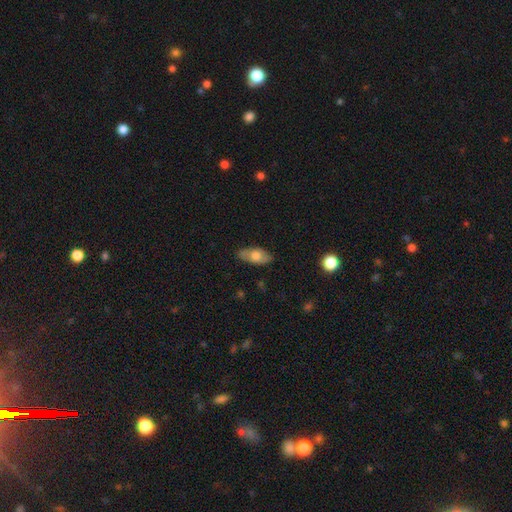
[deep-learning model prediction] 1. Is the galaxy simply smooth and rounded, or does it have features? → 63% smooth, 30% featured or disk, 7% star or artifact.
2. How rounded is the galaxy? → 89% in between, 7% cigar-shaped, 5% round.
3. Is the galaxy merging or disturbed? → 80% none, 16% minor disturbance, 3% major disturbance, 1% merger.